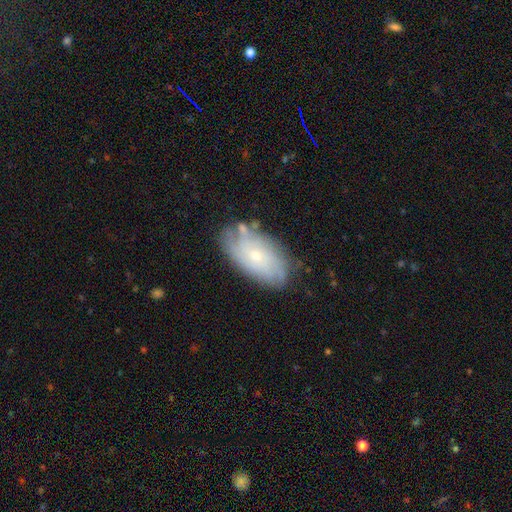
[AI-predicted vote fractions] Q: Smooth or featured?
A: featured or disk (60%); runner-up: smooth (32%)
Q: Edge-on disk?
A: no (92%); runner-up: yes (8%)
Q: Bar?
A: no (82%); runner-up: weak (15%)
Q: Spiral arms?
A: yes (78%); runner-up: no (22%)
Q: Bulge size?
A: small (71%); runner-up: moderate (25%)
Q: Merging?
A: none (74%); runner-up: minor disturbance (18%)